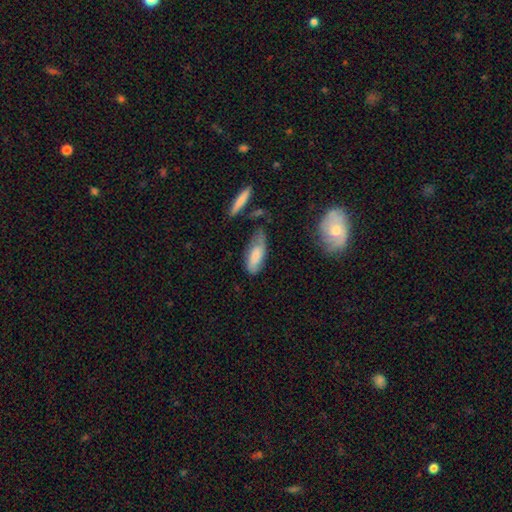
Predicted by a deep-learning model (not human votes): This appears to be a smooth galaxy with no disk features (67%) that is in between round and cigar-shaped (76%). Merging: none (52%).